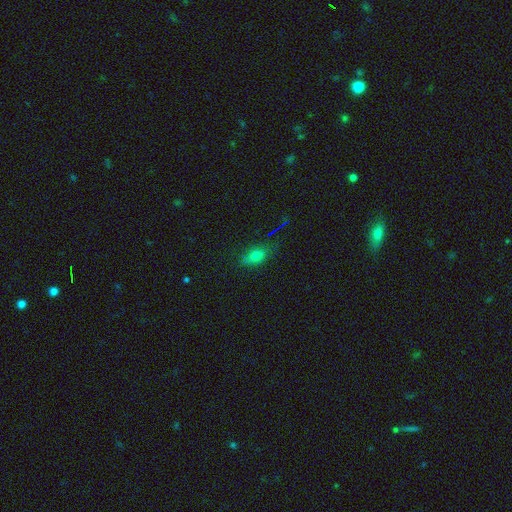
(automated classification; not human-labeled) A smooth galaxy with no disk features (69%) that is in between round and cigar-shaped (82%).

Vote fractions:
- Smooth or featured? smooth: 69% / star or artifact: 19% / featured or disk: 12%
- How rounded? in between: 82% / cigar-shaped: 10% / round: 8%
- Merging? none: 75% / minor disturbance: 18% / major disturbance: 5% / merger: 2%